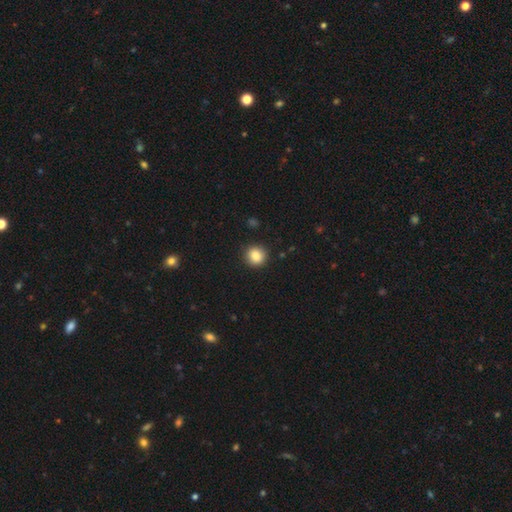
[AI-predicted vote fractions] The model was most divided on "smooth or featured": smooth: 85%, star or artifact: 10%, featured or disk: 5%. More confident: merging — none (91%); how rounded — round (91%).